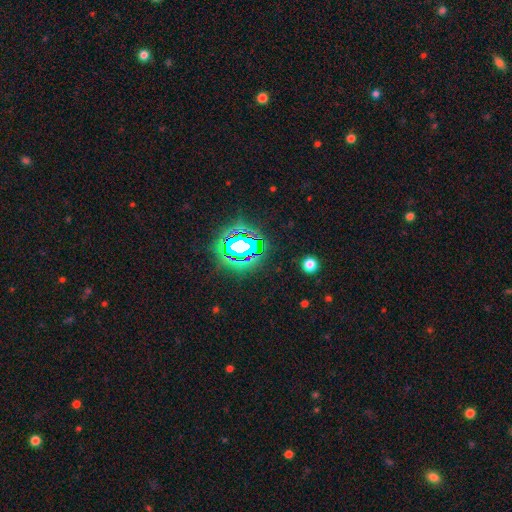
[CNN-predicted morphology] Smooth or featured: star or artifact — 84% (smooth — 10%)